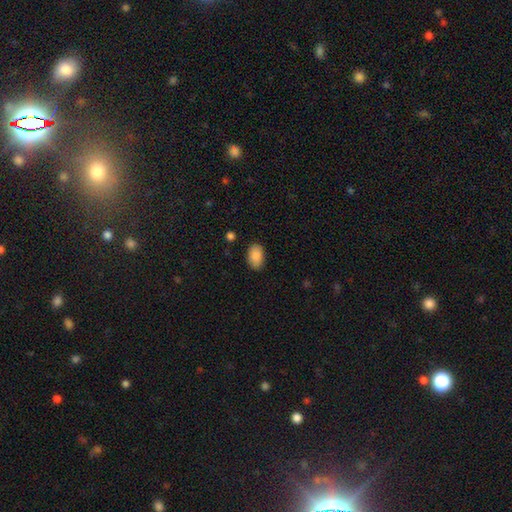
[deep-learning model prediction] Smooth or featured: smooth — 89% (star or artifact — 7%)
How rounded: in between — 90% (round — 8%)
Merging: none — 86% (minor disturbance — 11%)